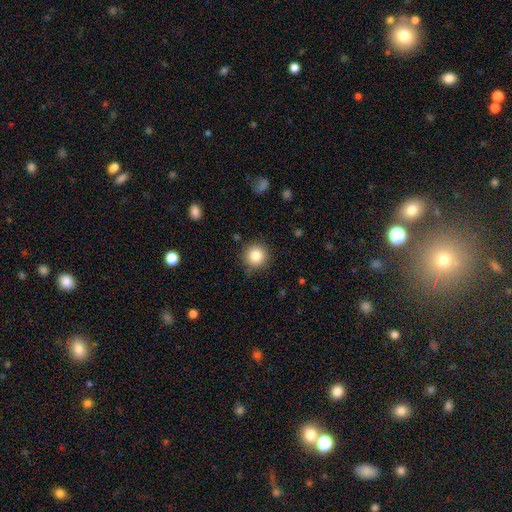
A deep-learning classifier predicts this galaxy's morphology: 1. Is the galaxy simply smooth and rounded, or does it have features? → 83% smooth, 10% star or artifact, 6% featured or disk.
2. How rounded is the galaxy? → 94% round, 5% in between, 1% cigar-shaped.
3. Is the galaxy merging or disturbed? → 87% none, 10% minor disturbance, 3% major disturbance, 1% merger.